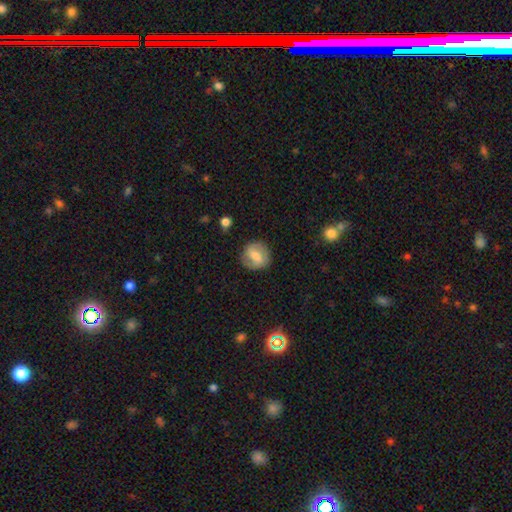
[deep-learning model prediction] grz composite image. It shows a smooth galaxy with no disk features (49%). Merging: none (81%).